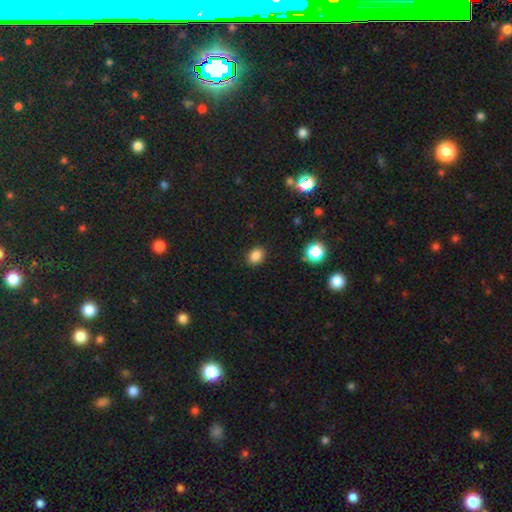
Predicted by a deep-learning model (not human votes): This appears to be a smooth galaxy with no disk features (84%) that is in between round and cigar-shaped (52%). Merging: none (88%).